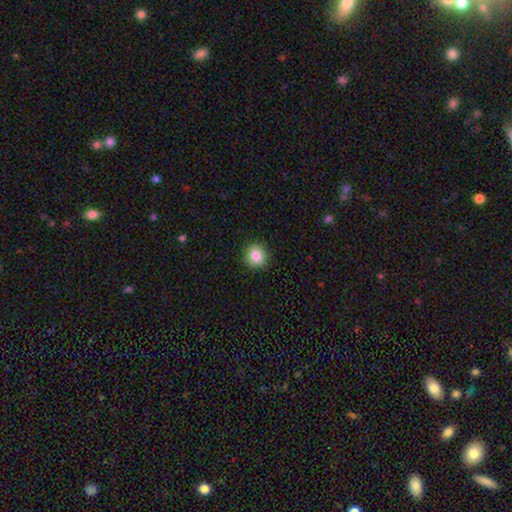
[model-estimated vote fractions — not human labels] This is clearly a smooth galaxy (83%). How rounded: clearly round (87%). Merging: clearly none (90%).